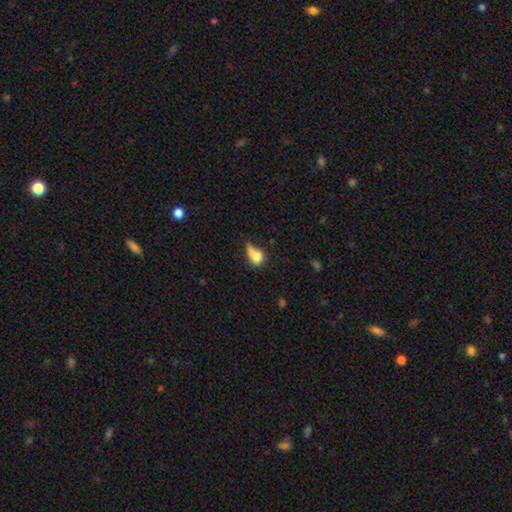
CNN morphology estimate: smooth-or-featured: smooth: 71% | featured or disk: 19% | star or artifact: 10%
  how-rounded: in between: 62% | round: 33% | cigar-shaped: 6%
  merging: merger: 29% | none: 25% | major disturbance: 24% | minor disturbance: 22%